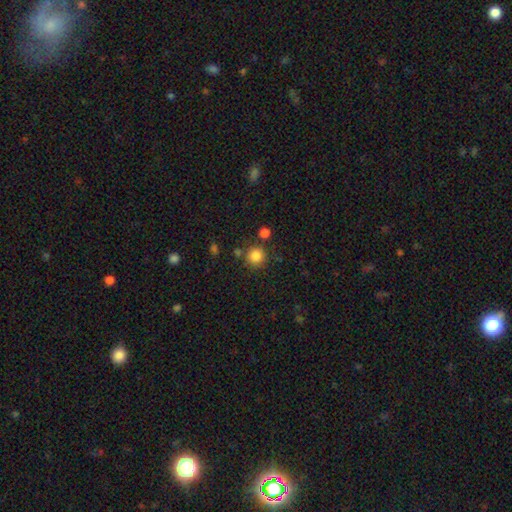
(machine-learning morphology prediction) smooth 84%, star or artifact 11%, featured or disk 4%. Down the decision tree: how rounded — round (93%); merging — none (81%).